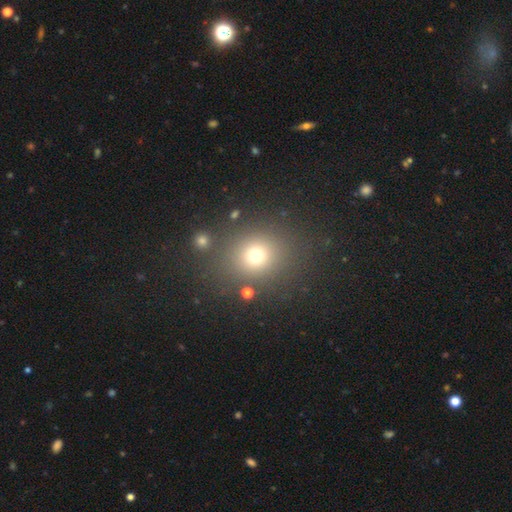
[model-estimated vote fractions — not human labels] The model was most divided on "smooth or featured": smooth: 71%, star or artifact: 20%, featured or disk: 9%. More confident: merging — none (80%); how rounded — round (78%).